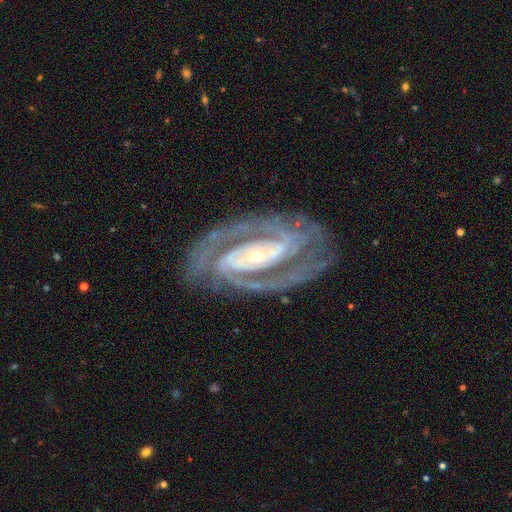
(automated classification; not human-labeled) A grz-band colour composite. It shows a featured or disk galaxy (92%) with no bar (38%), 2 (68%) tight (64%) spiral arms (98%) and a small central bulge (66%). Merging: none (79%).